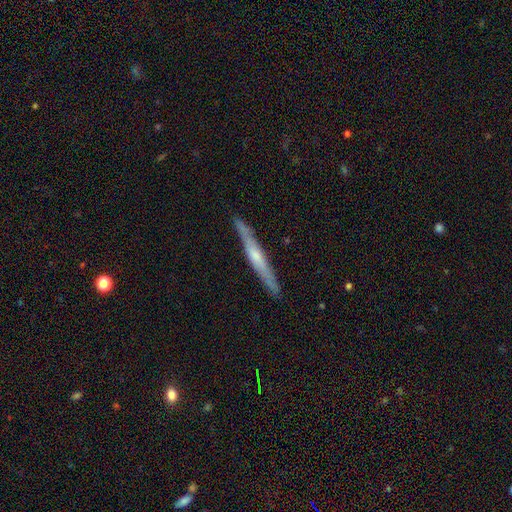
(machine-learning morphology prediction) Smooth or featured? Predicted: featured or disk (p=0.63). Edge-on disk? Predicted: yes (p=0.96). Edge-on bulge? Predicted: rounded (p=0.52). Merging? Predicted: none (p=0.89).